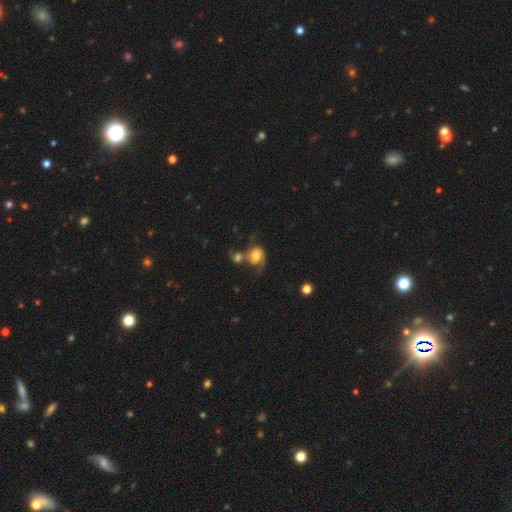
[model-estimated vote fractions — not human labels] Smooth or featured? Predicted: featured or disk (p=0.54). Edge-on disk? Predicted: no (p=0.97). Bar? Predicted: no (p=0.66). Spiral arms? Predicted: yes (p=0.85). Bulge size? Predicted: moderate (p=0.49). Merging? Predicted: merger (p=0.43).